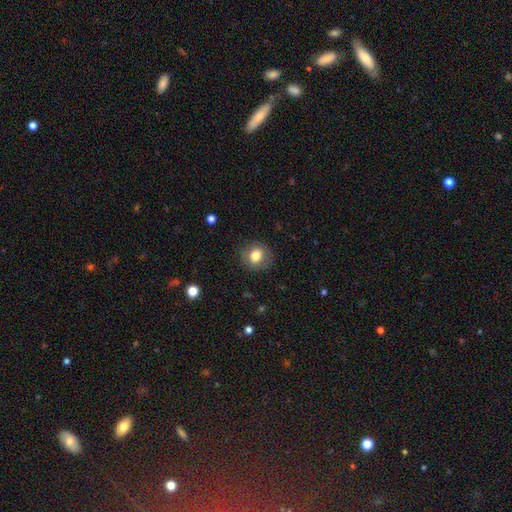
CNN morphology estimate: type=smooth (76%); roundness=round (76%); merging=none (83%).